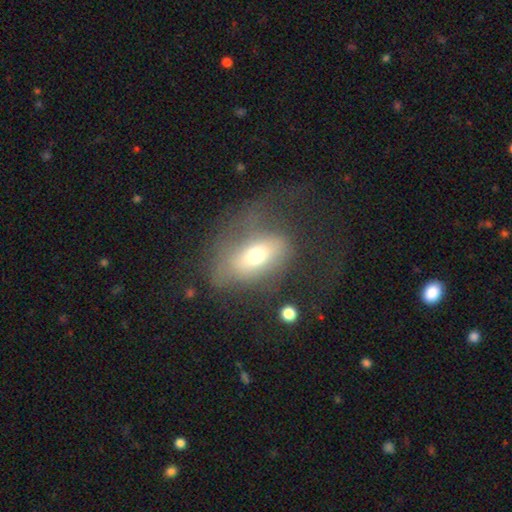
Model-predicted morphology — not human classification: Overall: smooth (57%; featured or disk 33%). How rounded: in between (81%). Merging: major disturbance (45%; none 31%).